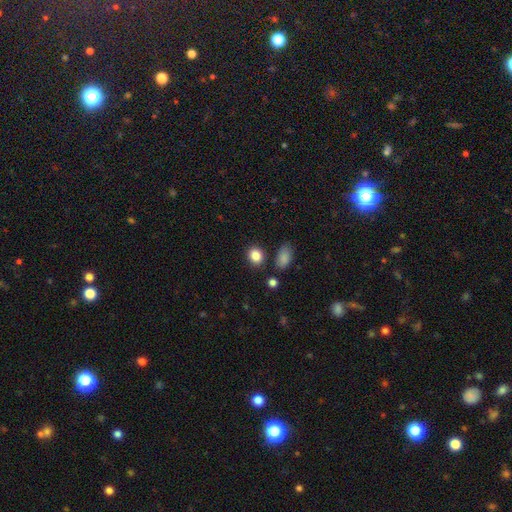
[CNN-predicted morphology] smooth 86%, star or artifact 10%, featured or disk 5%. Down the decision tree: how rounded — round (57%); merging — none (81%).